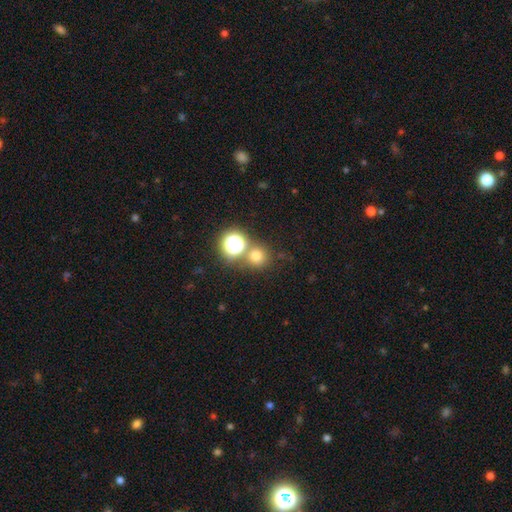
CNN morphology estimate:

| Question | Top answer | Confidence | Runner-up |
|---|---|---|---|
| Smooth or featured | smooth | 70% | star or artifact (23%) |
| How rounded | round | 91% | in between (8%) |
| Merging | none | 68% | merger (21%) |